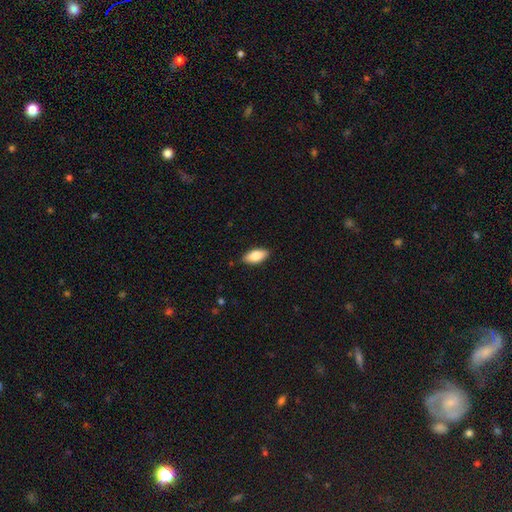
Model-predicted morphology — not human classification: Q: Smooth or featured?
A: smooth (81%); runner-up: featured or disk (12%)
Q: How rounded?
A: in between (89%); runner-up: cigar-shaped (8%)
Q: Merging?
A: none (88%); runner-up: minor disturbance (9%)